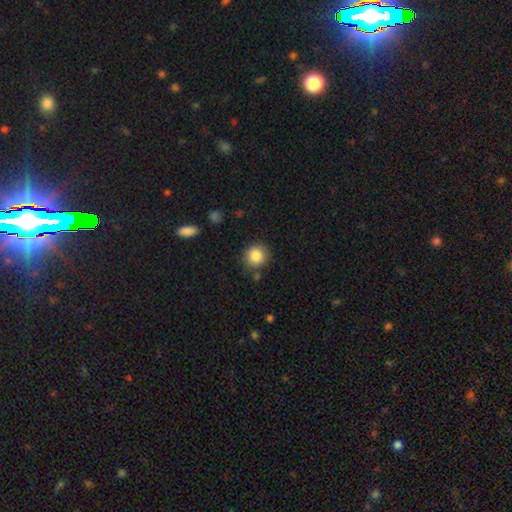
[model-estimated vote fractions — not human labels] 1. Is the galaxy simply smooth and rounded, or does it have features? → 85% smooth, 9% star or artifact, 6% featured or disk.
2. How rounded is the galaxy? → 88% round, 11% in between, 1% cigar-shaped.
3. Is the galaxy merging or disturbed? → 83% none, 11% minor disturbance, 4% merger, 3% major disturbance.